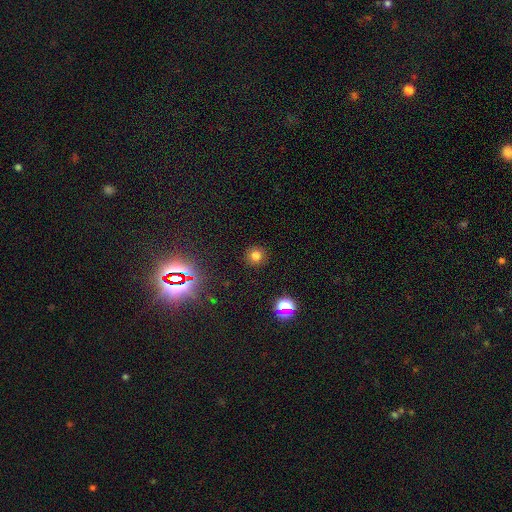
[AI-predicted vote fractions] Q: Smooth or featured?
A: smooth (75%); runner-up: star or artifact (19%)
Q: How rounded?
A: round (93%); runner-up: in between (7%)
Q: Merging?
A: none (90%); runner-up: minor disturbance (6%)